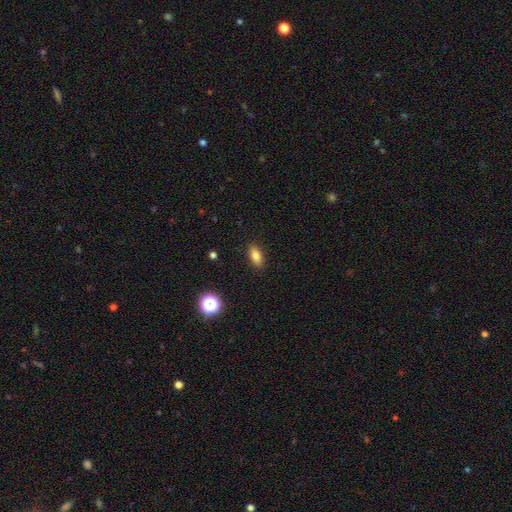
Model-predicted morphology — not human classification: smooth_or_featured: smooth (p=0.82) [alt: star or artifact p=0.10]
how_rounded: in between (p=0.84) [alt: cigar-shaped p=0.10]
merging: none (p=0.89) [alt: minor disturbance p=0.08]